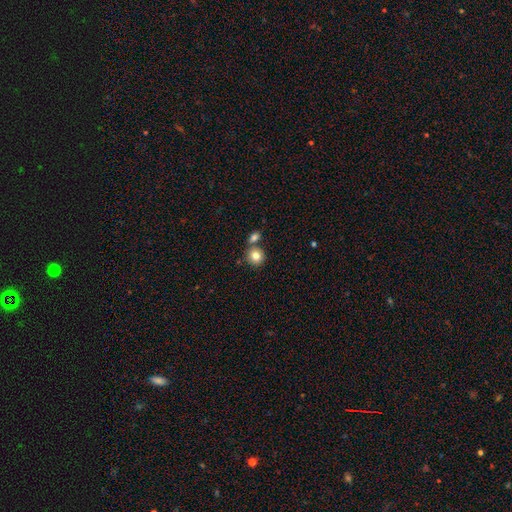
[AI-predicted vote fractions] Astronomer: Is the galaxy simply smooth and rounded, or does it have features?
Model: smooth — 81%.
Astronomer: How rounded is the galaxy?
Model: round — 87%.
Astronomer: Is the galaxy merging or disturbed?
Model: none — 65%.